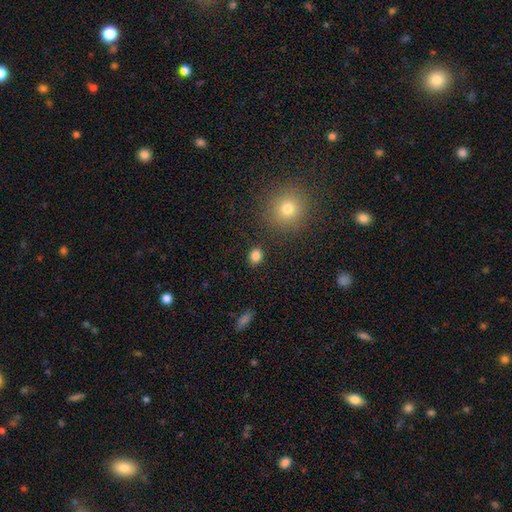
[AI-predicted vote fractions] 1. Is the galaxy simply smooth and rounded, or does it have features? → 83% smooth, 12% star or artifact, 5% featured or disk.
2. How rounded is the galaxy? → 63% round, 36% in between, 1% cigar-shaped.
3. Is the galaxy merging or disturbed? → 86% none, 8% minor disturbance, 3% major disturbance, 3% merger.